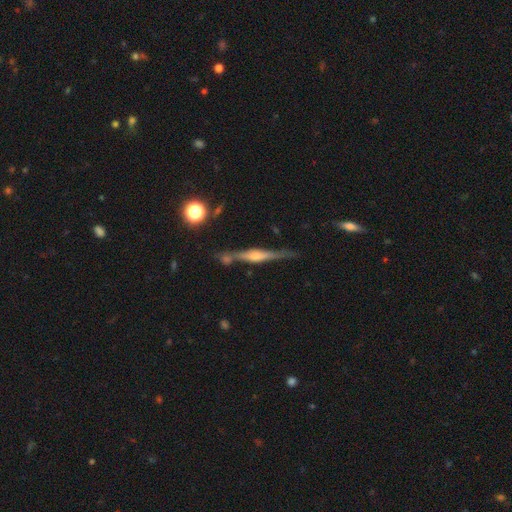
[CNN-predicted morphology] This is likely a featured or disk galaxy (76%). It is clearly viewed edge-on (97%). Edge-on bulge: likely rounded (76%). Merging: likely none (75%).